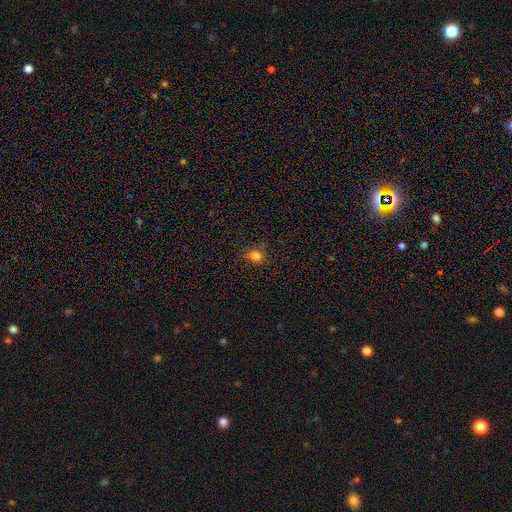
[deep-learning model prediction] Smooth or featured: smooth — 76% (star or artifact — 18%)
How rounded: round — 86% (in between — 13%)
Merging: none — 83% (minor disturbance — 12%)